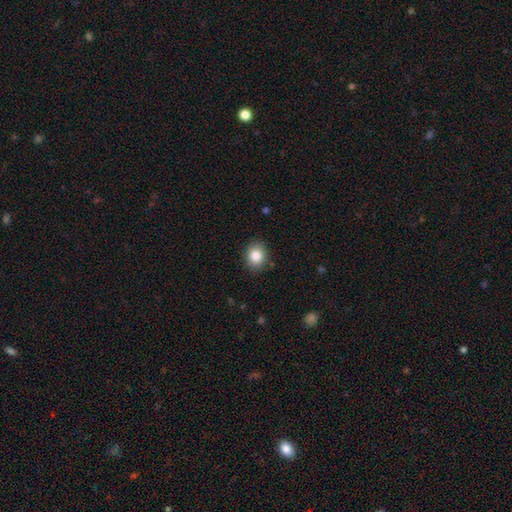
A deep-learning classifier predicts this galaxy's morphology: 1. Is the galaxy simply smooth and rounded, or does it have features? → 84% smooth, 9% star or artifact, 7% featured or disk.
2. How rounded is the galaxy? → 60% round, 39% in between, 1% cigar-shaped.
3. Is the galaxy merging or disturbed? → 88% none, 9% minor disturbance, 2% major disturbance, 1% merger.